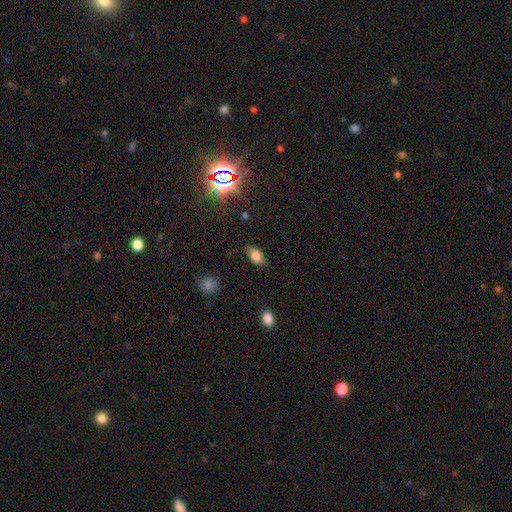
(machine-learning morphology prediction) Overall: smooth (80%). How rounded: in between (89%). Merging: none (81%).